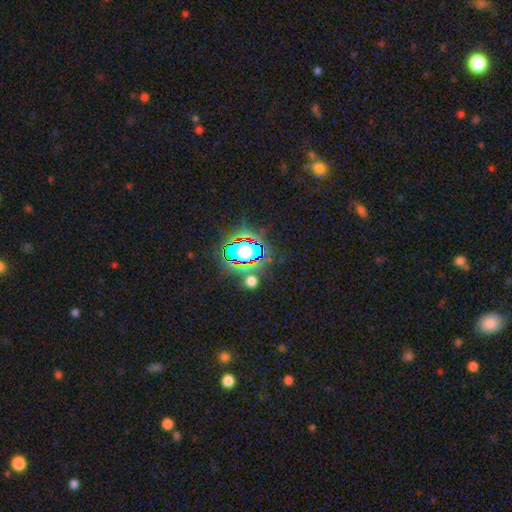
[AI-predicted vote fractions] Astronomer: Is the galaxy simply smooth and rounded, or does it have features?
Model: star or artifact — 79%.